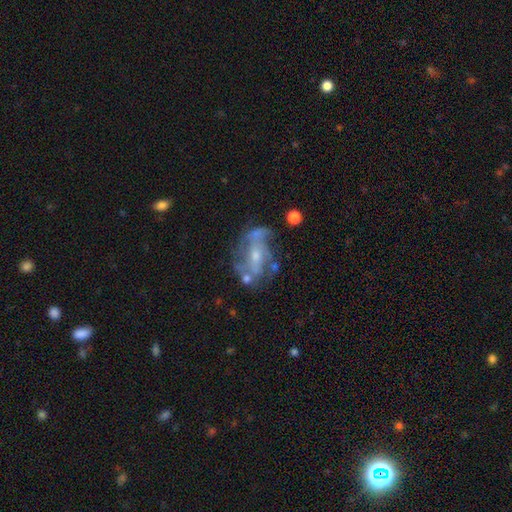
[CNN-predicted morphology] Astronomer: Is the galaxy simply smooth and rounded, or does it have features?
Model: featured or disk — 76%.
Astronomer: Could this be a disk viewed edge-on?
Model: no — 94%.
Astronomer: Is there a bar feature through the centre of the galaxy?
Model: no — 45% (runner-up: weak, 37%).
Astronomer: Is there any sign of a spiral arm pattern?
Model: yes — 68%.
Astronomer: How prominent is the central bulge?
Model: small — 49% (runner-up: moderate, 41%).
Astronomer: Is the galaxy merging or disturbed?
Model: none — 52%.